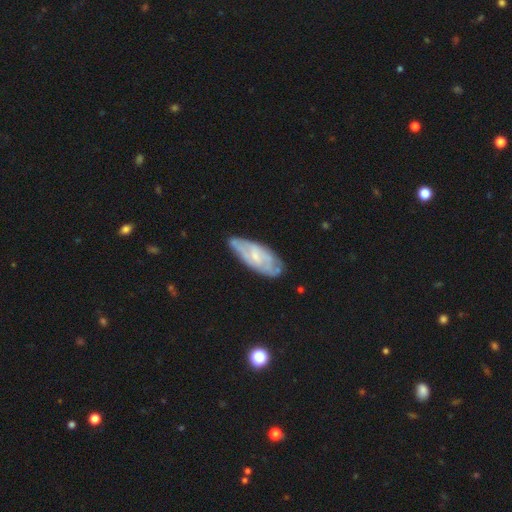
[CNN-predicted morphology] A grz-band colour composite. It shows a featured or disk galaxy (66%) with no bar (48%), spiral arms (68%) and a small central bulge (61%). Merging: none (65%).